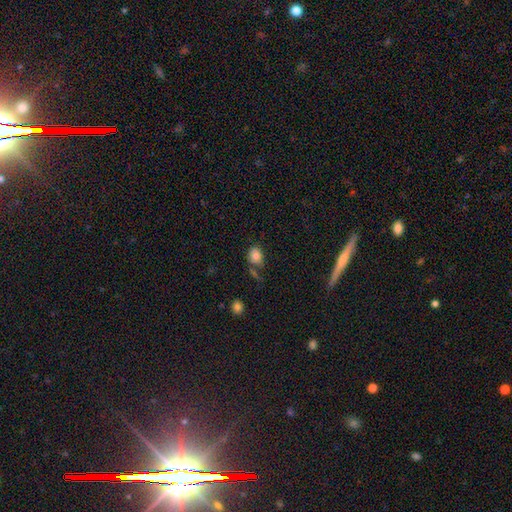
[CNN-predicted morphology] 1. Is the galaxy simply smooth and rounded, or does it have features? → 82% smooth, 10% star or artifact, 8% featured or disk.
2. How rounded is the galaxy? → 54% in between, 45% round, 1% cigar-shaped.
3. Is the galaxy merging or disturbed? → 60% none, 19% minor disturbance, 14% merger, 7% major disturbance.